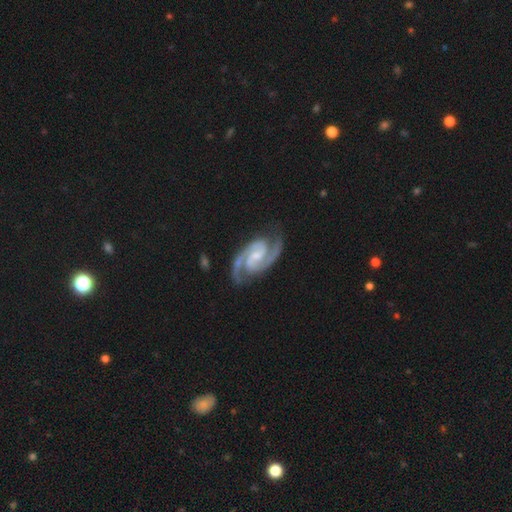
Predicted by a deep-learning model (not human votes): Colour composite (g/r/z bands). It shows a featured or disk galaxy (94%) with a weak bar (50%), 2 (92%) medium (57%) spiral arms (99%) and a small central bulge (50%). Merging: none (80%).